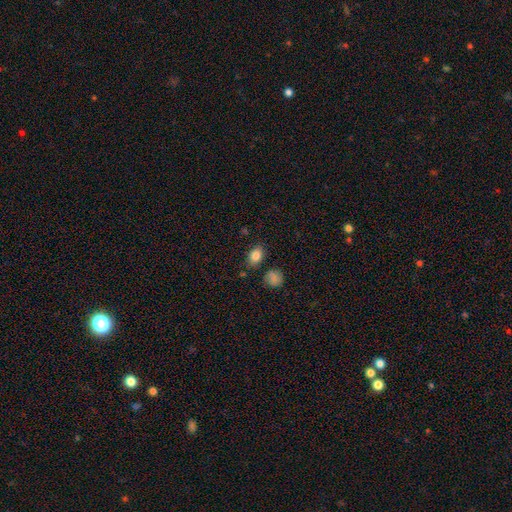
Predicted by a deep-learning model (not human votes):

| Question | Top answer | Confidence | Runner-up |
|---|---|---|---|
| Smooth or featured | smooth | 84% | star or artifact (10%) |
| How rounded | in between | 73% | round (25%) |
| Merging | none | 80% | minor disturbance (13%) |